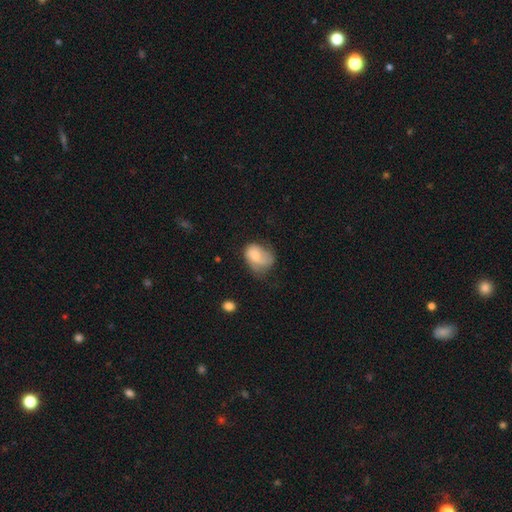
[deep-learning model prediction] This appears to be a smooth galaxy with no disk features (62%) that is in between round and cigar-shaped (69%). Merging: minor disturbance (36%).